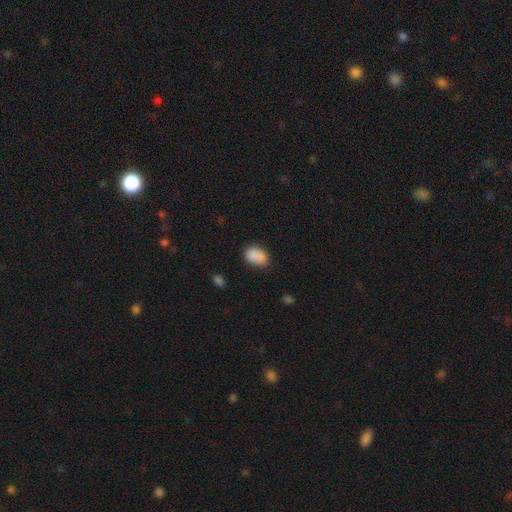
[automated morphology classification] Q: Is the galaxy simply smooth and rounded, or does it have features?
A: smooth — 89%.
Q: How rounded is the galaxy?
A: in between — 84%.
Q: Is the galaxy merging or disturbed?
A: none — 79%.